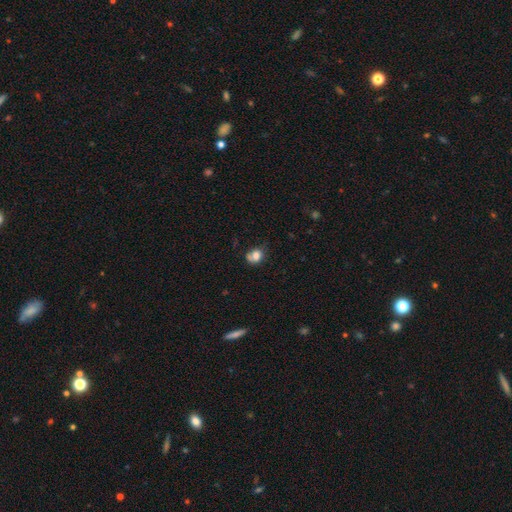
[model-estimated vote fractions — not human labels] smooth_or_featured: smooth (p=0.76) [alt: featured or disk p=0.12]
how_rounded: round (p=0.55) [alt: in between p=0.44]
merging: none (p=0.45) [alt: minor disturbance p=0.26]